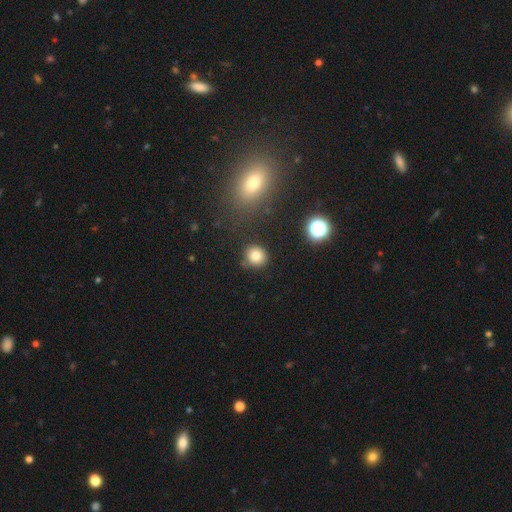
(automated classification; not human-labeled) Morphology: type=smooth (81%); roundness=round (88%); merging=none (83%).